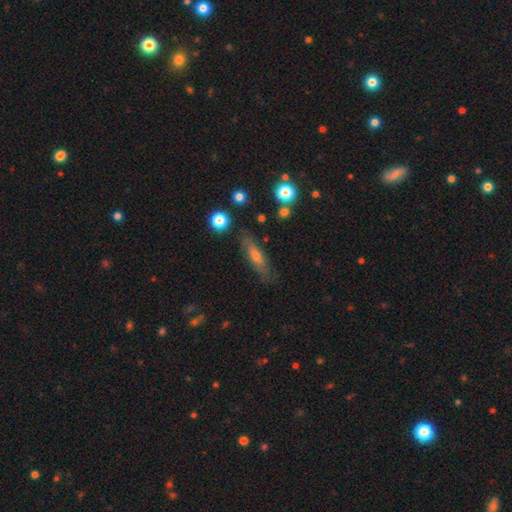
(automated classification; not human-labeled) smooth 52%, featured or disk 40%, star or artifact 8%. Down the decision tree: how rounded — cigar-shaped (71%); merging — none (80%).